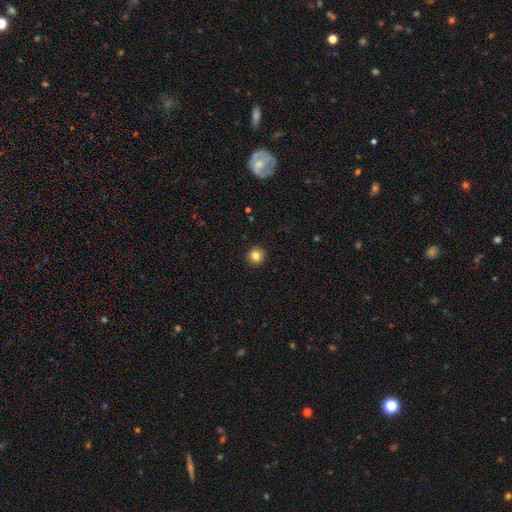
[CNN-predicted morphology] This appears to be a smooth galaxy with no disk features (83%) that is round (94%). Merging: none (93%).